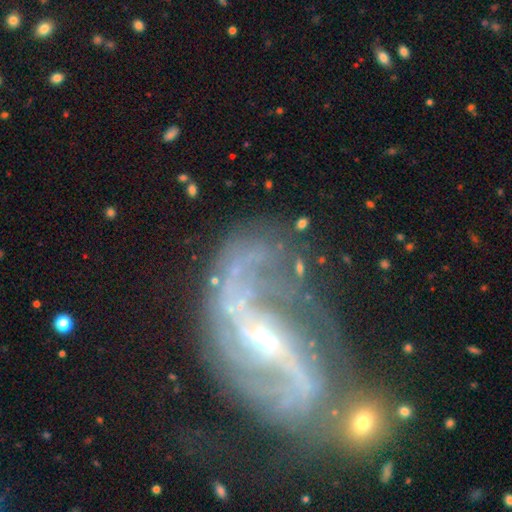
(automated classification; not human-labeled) A featured or disk galaxy (88%) with a weak bar (42%), 2 (61%) loose (50%) spiral arms (94%) and a small central bulge (60%). Merging: none (50%).